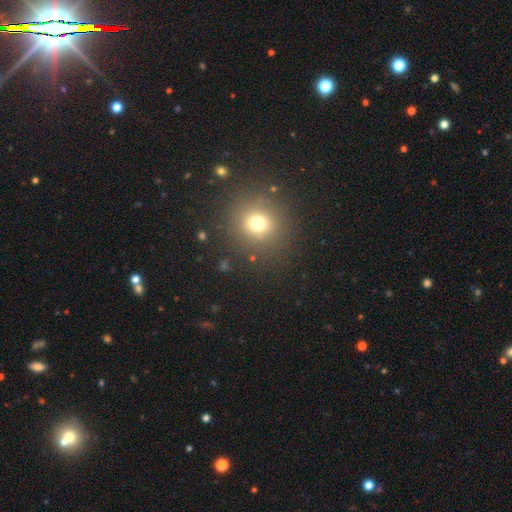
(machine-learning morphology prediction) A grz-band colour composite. It shows a smooth galaxy with no disk features (52%) that is round (93%). Merging: none (91%).